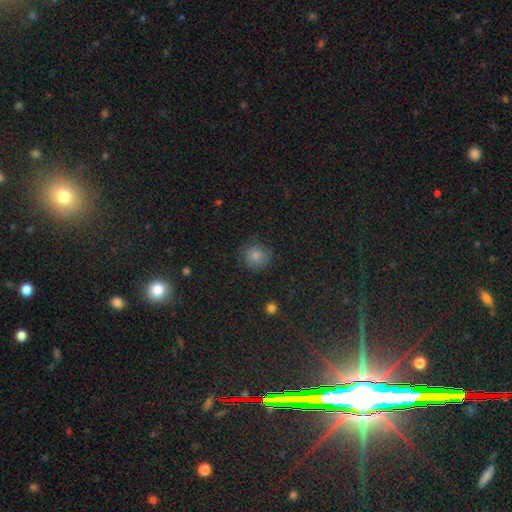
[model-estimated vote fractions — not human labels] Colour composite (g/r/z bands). It shows a smooth galaxy with no disk features (81%) that is round (90%). Merging: none (77%).